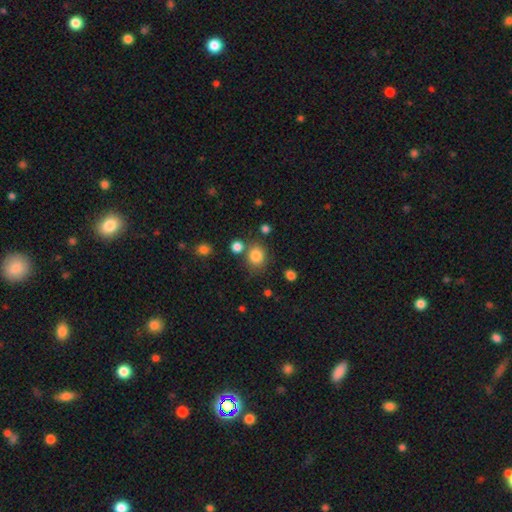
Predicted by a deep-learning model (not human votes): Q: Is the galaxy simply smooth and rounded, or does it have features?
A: smooth — 82%.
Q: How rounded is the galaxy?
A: round — 76%.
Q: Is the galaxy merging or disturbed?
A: none — 73%.